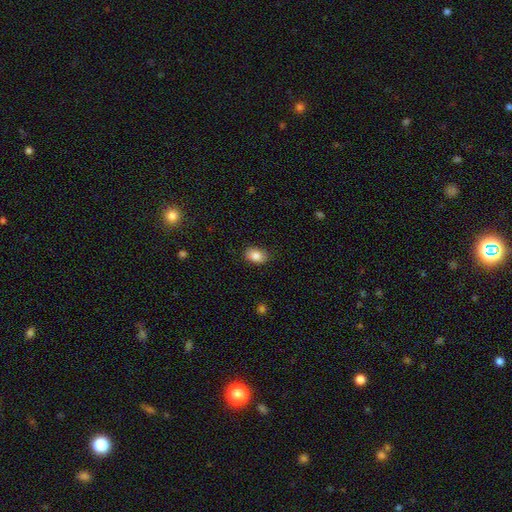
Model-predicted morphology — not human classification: A smooth galaxy with no disk features (86%) that is in between round and cigar-shaped (82%).

Vote fractions:
- Smooth or featured? smooth: 86% / star or artifact: 8% / featured or disk: 6%
- How rounded? in between: 82% / round: 17% / cigar-shaped: 1%
- Merging? none: 85% / minor disturbance: 11% / major disturbance: 2% / merger: 1%